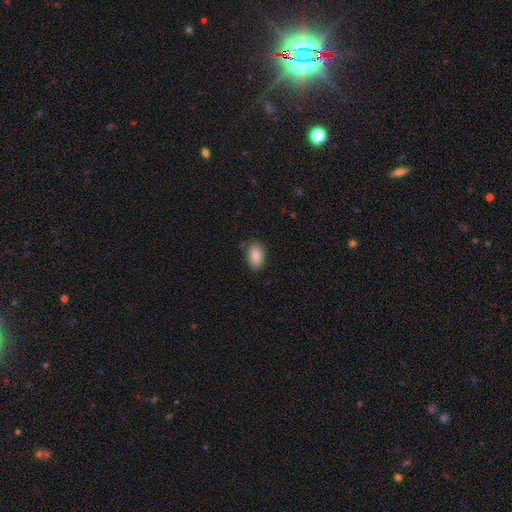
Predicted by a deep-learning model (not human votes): The model was most divided on "smooth or featured": smooth: 83%, featured or disk: 10%, star or artifact: 7%. More confident: how rounded — in between (91%); merging — none (85%).